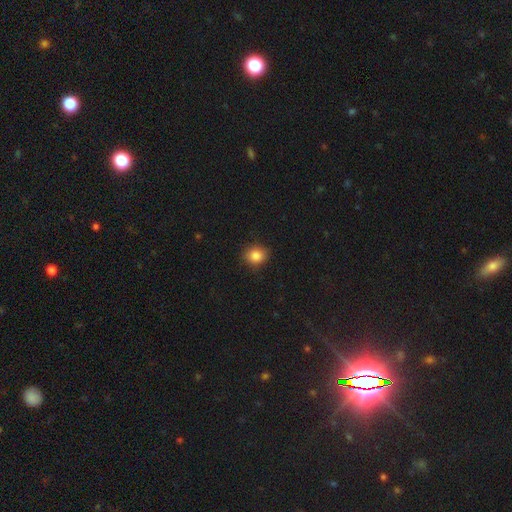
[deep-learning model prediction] smooth 85%, star or artifact 10%, featured or disk 5%. Down the decision tree: how rounded — round (73%); merging — none (87%).